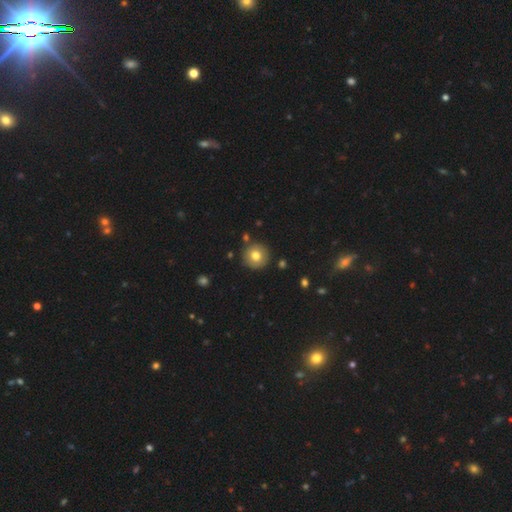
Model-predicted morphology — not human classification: A smooth galaxy with no disk features (76%) that is round (95%). Merging: none (88%).